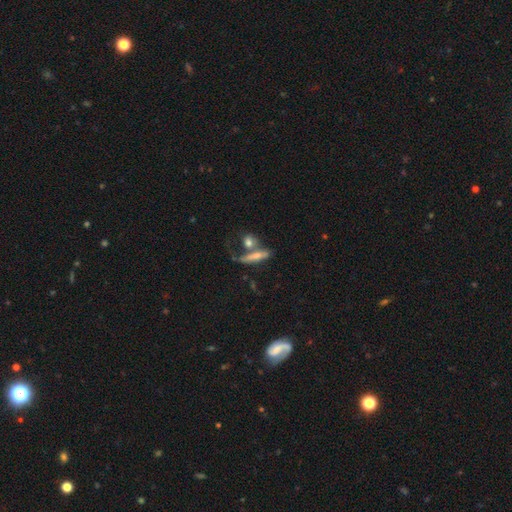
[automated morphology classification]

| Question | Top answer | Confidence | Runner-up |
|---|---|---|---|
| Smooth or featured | featured or disk | 49% | smooth (39%) |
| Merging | none | 43% | merger (33%) |